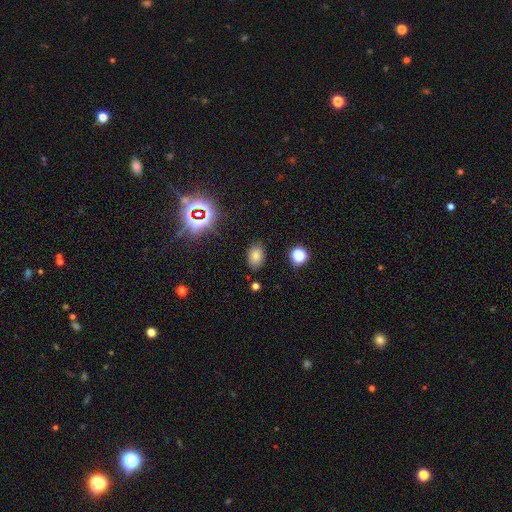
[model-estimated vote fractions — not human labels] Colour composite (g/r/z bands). It shows a smooth galaxy with no disk features (72%) that is in between round and cigar-shaped (81%). Merging: none (82%).